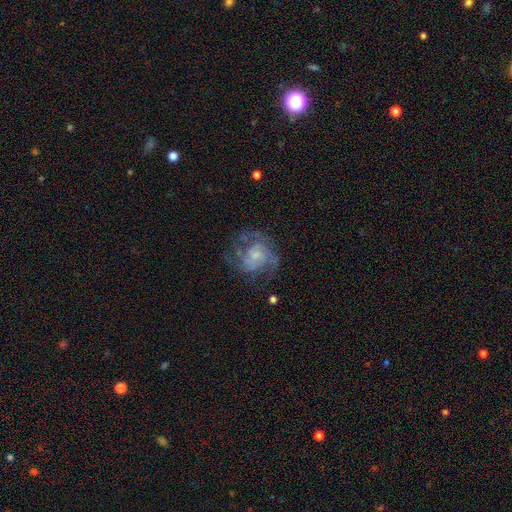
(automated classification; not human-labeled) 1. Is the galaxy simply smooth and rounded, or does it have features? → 77% featured or disk, 16% smooth, 8% star or artifact.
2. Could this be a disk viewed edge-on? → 98% no, 2% yes.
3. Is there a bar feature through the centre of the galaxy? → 68% no, 28% weak, 4% strong.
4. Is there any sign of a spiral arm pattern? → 89% yes, 11% no.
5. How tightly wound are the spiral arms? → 44% medium, 41% tight, 15% loose.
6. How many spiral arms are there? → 36% 2, 28% can't tell, 20% 3, 6% 4, 5% 1, 4% more than 4.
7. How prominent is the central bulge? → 48% small, 30% moderate, 15% none, 5% large, 1% dominant.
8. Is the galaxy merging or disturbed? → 60% none, 20% minor disturbance, 18% major disturbance, 2% merger.